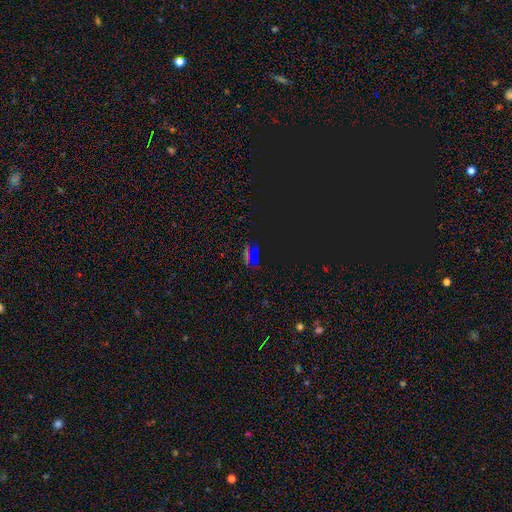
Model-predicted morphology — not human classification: type=star or artifact (60%).